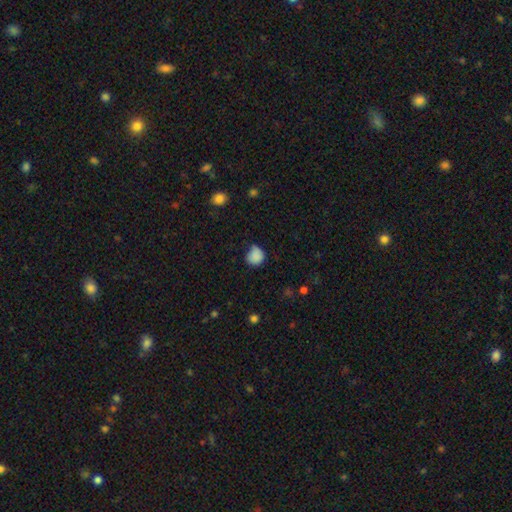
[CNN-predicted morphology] Q: Smooth or featured?
A: smooth (85%); runner-up: star or artifact (10%)
Q: How rounded?
A: round (78%); runner-up: in between (21%)
Q: Merging?
A: none (56%); runner-up: minor disturbance (34%)